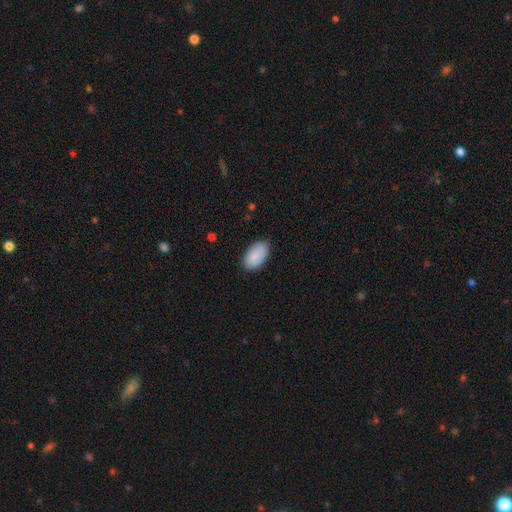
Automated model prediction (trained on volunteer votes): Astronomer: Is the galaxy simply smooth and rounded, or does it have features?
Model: smooth — 90%.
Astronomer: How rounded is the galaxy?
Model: in between — 95%.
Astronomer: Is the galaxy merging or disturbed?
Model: none — 85%.